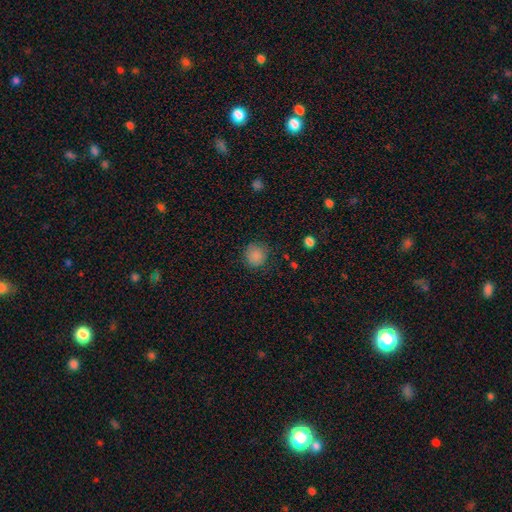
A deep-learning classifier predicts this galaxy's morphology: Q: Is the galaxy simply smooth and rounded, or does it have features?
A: smooth — 86%.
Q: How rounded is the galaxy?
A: round — 90%.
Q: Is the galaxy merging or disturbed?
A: none — 84%.